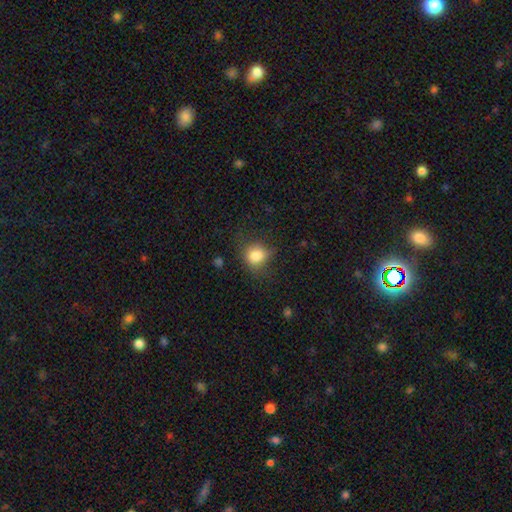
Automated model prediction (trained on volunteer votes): Smooth or featured?
  - smooth: 81% *
  - star or artifact: 10%
  - featured or disk: 8%
How rounded?
  - round: 63% *
  - in between: 36%
  - cigar-shaped: 1%
Merging?
  - none: 52% *
  - minor disturbance: 29%
  - major disturbance: 16%
  - merger: 3%